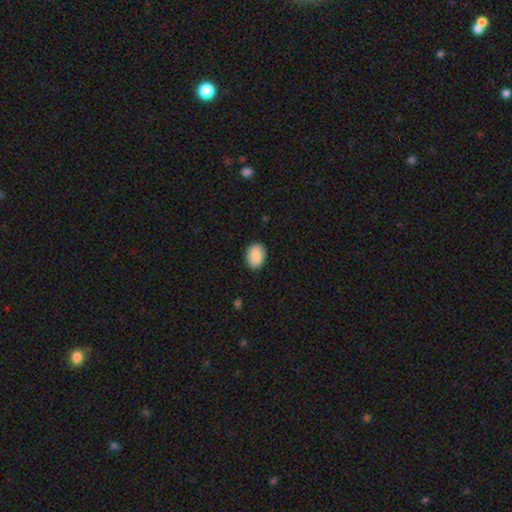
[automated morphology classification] Smooth or featured: smooth — 88% (star or artifact — 7%)
How rounded: in between — 73% (round — 25%)
Merging: none — 88% (minor disturbance — 9%)